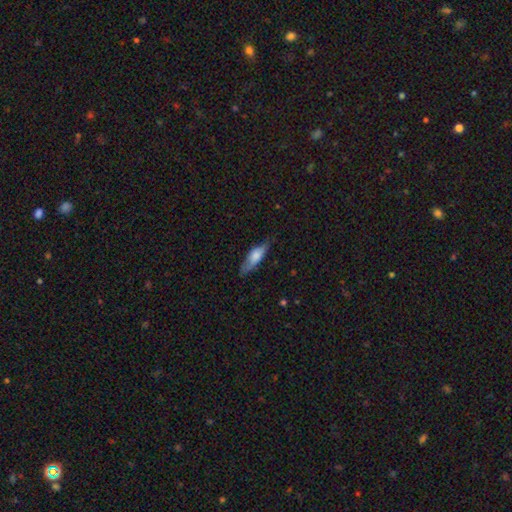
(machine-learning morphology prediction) This is likely a smooth galaxy (61%). How rounded: possibly in between (50%). Merging: likely none (70%).